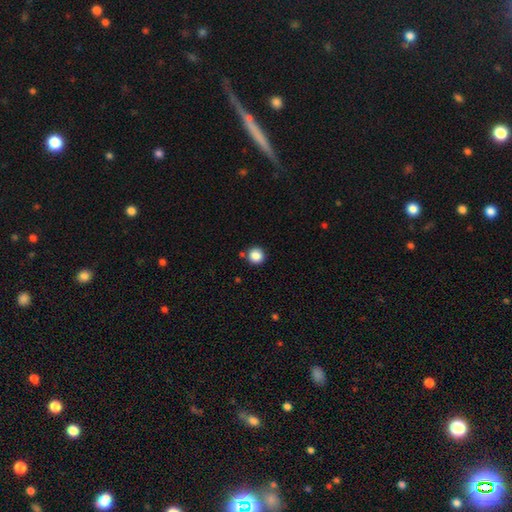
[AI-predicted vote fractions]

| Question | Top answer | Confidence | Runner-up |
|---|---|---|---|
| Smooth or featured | smooth | 87% | star or artifact (10%) |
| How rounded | round | 94% | in between (5%) |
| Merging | none | 86% | minor disturbance (7%) |